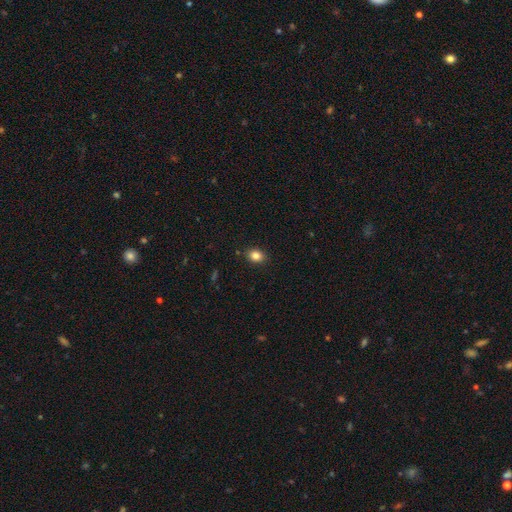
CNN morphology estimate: A smooth galaxy with no disk features (84%) that is in between round and cigar-shaped (57%). Merging: none (88%).